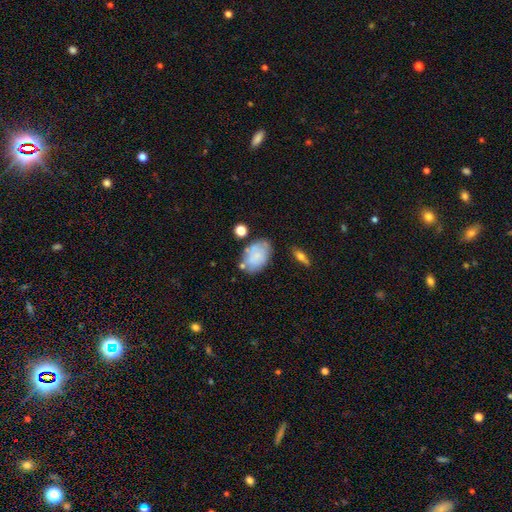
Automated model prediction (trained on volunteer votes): Smooth or featured? smooth (70%)
How rounded? in between (89%)
Merging? none (60%)